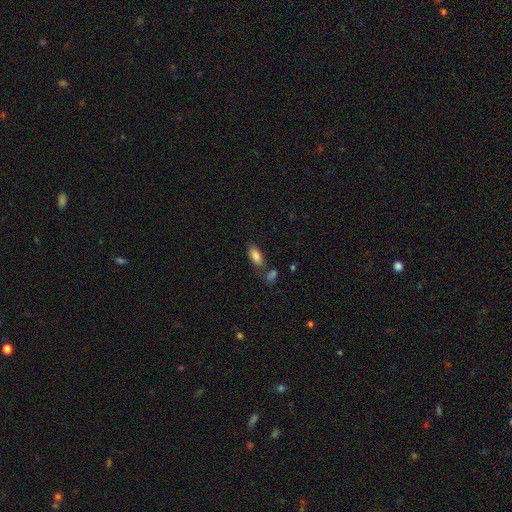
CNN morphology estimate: Q: Smooth or featured?
A: smooth (84%); runner-up: star or artifact (8%)
Q: How rounded?
A: in between (88%); runner-up: cigar-shaped (10%)
Q: Merging?
A: none (66%); runner-up: minor disturbance (15%)